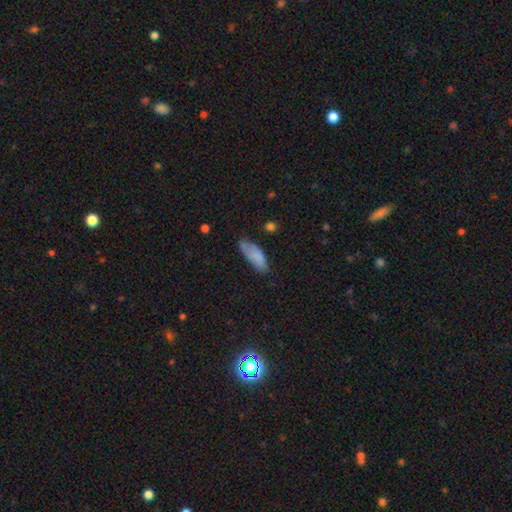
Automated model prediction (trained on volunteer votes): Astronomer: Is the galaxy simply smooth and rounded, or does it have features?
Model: smooth — 79%.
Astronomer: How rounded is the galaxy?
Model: in between — 69%.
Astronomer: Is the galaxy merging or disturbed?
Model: none — 56%.